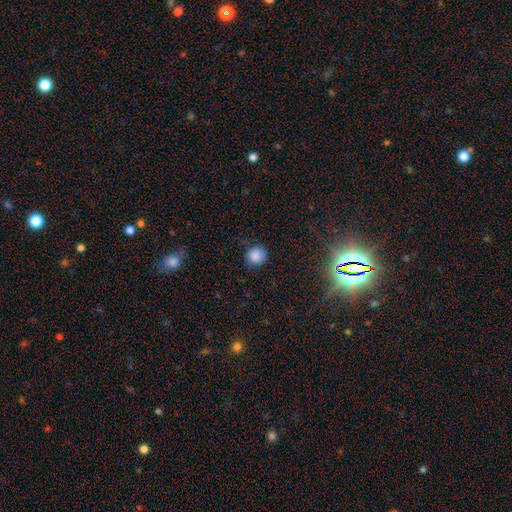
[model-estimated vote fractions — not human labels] Q: Smooth or featured?
A: smooth (85%); runner-up: star or artifact (10%)
Q: How rounded?
A: round (88%); runner-up: in between (11%)
Q: Merging?
A: none (76%); runner-up: minor disturbance (18%)